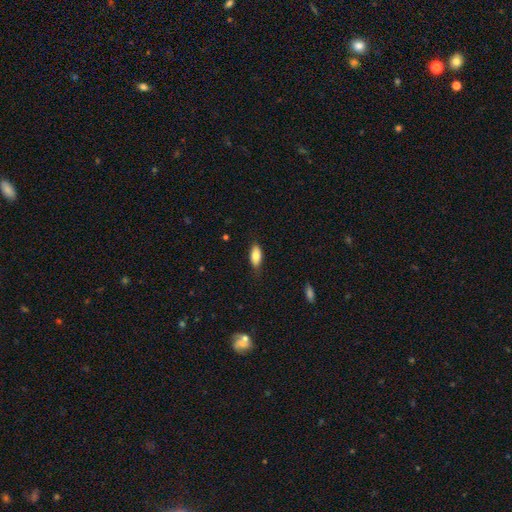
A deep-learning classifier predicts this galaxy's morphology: Smooth or featured? smooth (80%)
How rounded? in between (86%)
Merging? none (78%)